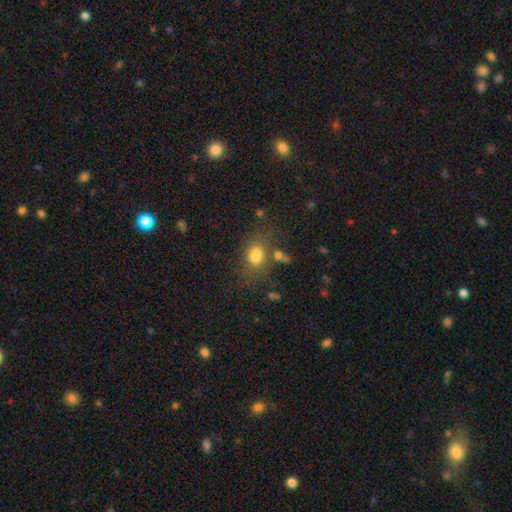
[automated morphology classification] Smooth or featured? Predicted: smooth (p=0.75). How rounded? Predicted: in between (p=0.66). Merging? Predicted: none (p=0.64).